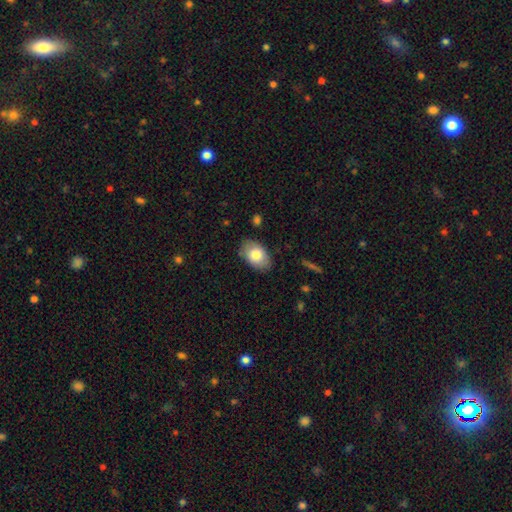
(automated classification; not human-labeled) Overall: smooth (79%). How rounded: in between (89%). Merging: none (82%).